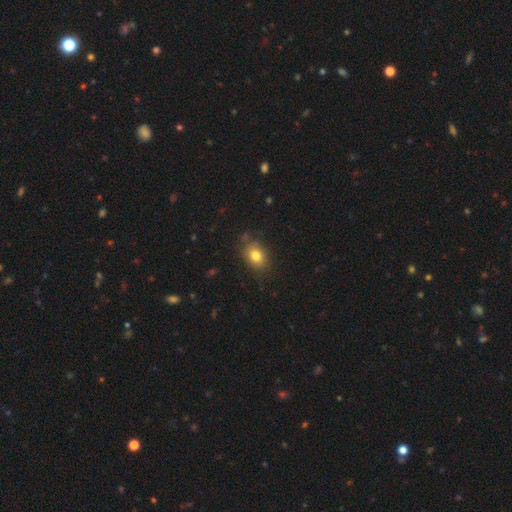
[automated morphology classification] Smooth or featured? Predicted: smooth (p=0.81). How rounded? Predicted: in between (p=0.72). Merging? Predicted: none (p=0.80).